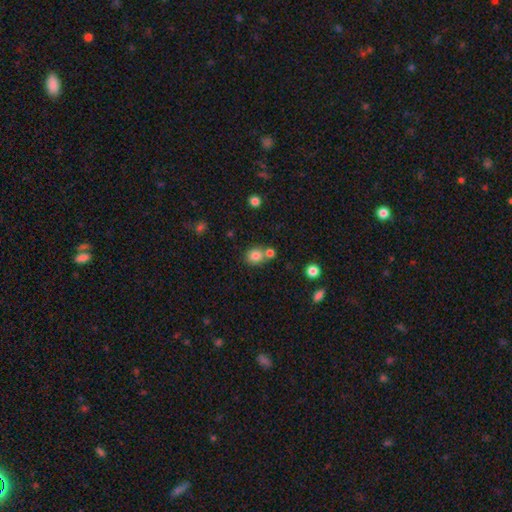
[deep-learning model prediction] The model was most divided on "merging": none: 59%, merger: 29%, minor disturbance: 9%, major disturbance: 3%. More confident: smooth or featured — smooth (81%); how rounded — round (80%).